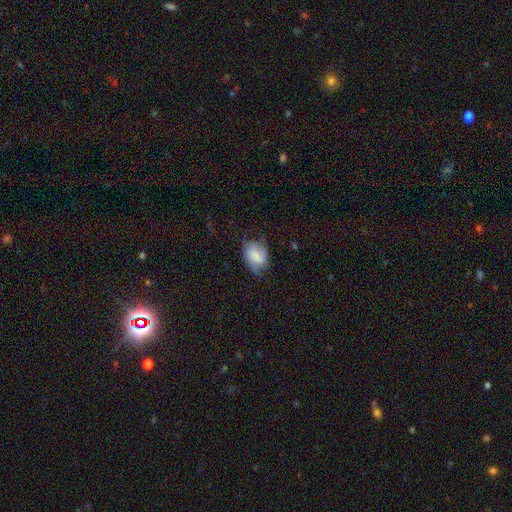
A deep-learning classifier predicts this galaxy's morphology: This appears to be a smooth galaxy with no disk features (66%) that is in between round and cigar-shaped (73%). Merging: none (49%).